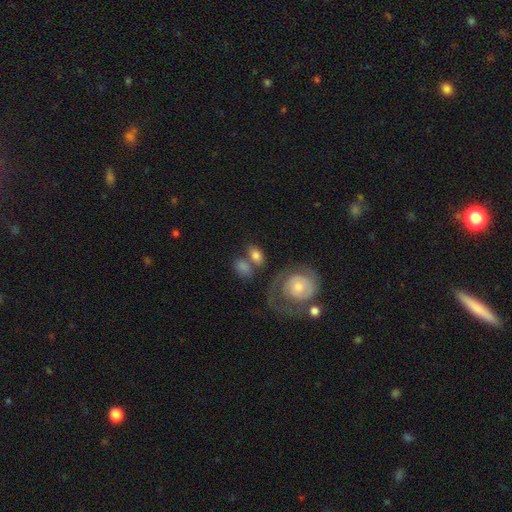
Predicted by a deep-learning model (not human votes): This appears to be a smooth galaxy with no disk features (68%) that is in between round and cigar-shaped (79%). Merging: none (49%).